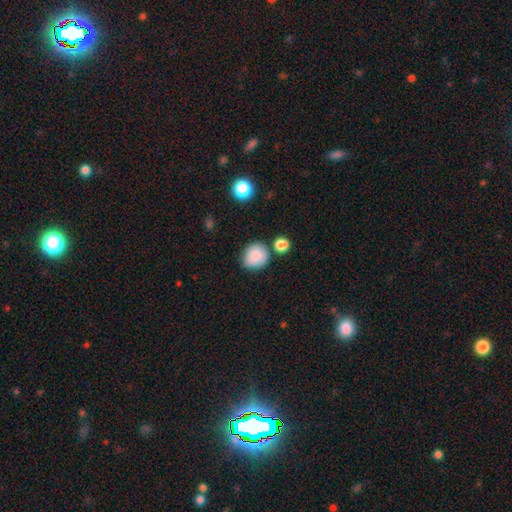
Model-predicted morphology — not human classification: type=smooth (85%); roundness=round (80%); merging=none (70%).